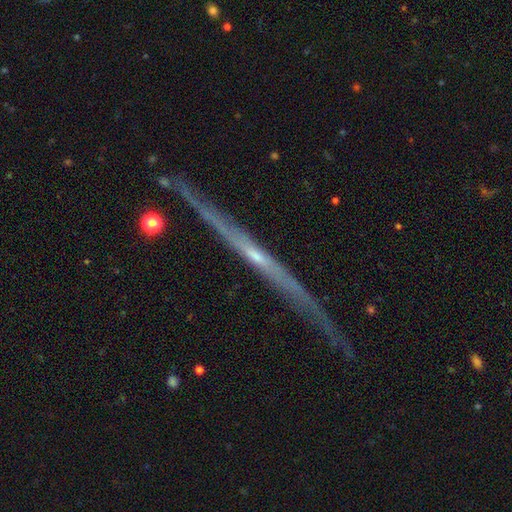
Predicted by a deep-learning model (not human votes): smooth_or_featured: featured or disk (p=0.77) [alt: star or artifact p=0.13]
disk_edge_on: yes (p=0.96) [alt: no p=0.04]
edge_on_bulge: rounded (p=0.50) [alt: none p=0.41]
merging: none (p=0.87) [alt: minor disturbance p=0.08]